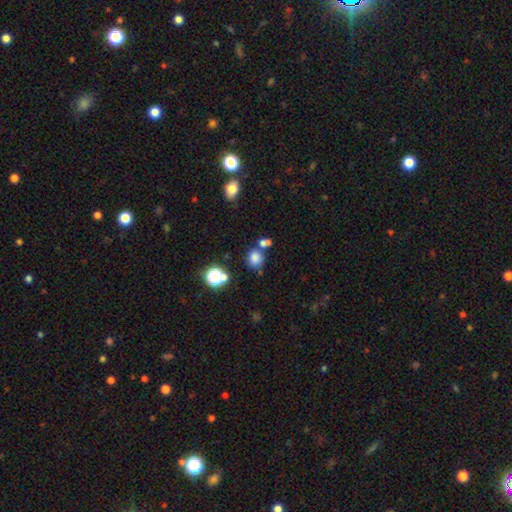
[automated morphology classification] smooth_or_featured: smooth (p=0.77) [alt: star or artifact p=0.17]
how_rounded: round (p=0.74) [alt: in between p=0.25]
merging: none (p=0.63) [alt: merger p=0.21]